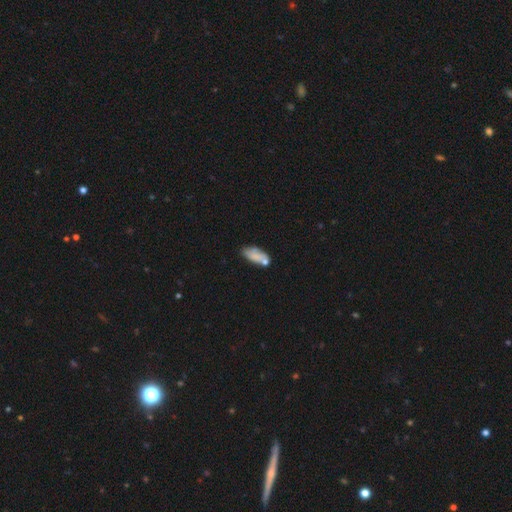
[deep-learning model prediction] Morphology: type=smooth (74%); roundness=in between (78%); merging=none (51%).